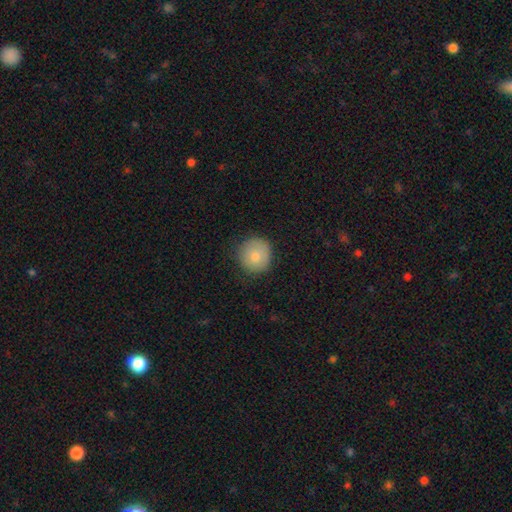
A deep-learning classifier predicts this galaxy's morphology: Smooth or featured: smooth — 81% (featured or disk — 11%)
How rounded: round — 93% (in between — 6%)
Merging: none — 82% (minor disturbance — 14%)